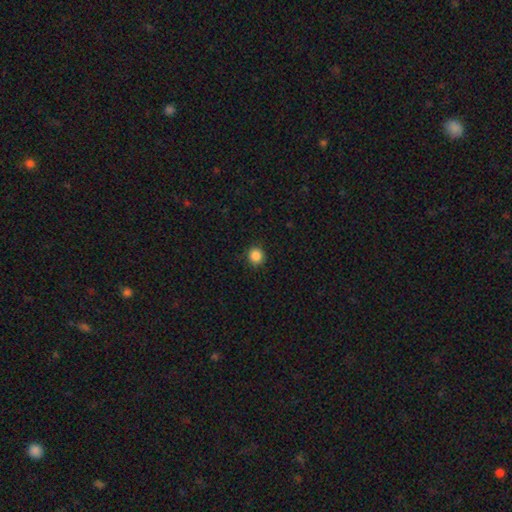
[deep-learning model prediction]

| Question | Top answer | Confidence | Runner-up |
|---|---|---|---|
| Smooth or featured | smooth | 87% | star or artifact (10%) |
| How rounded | round | 91% | in between (8%) |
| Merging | none | 91% | minor disturbance (6%) |